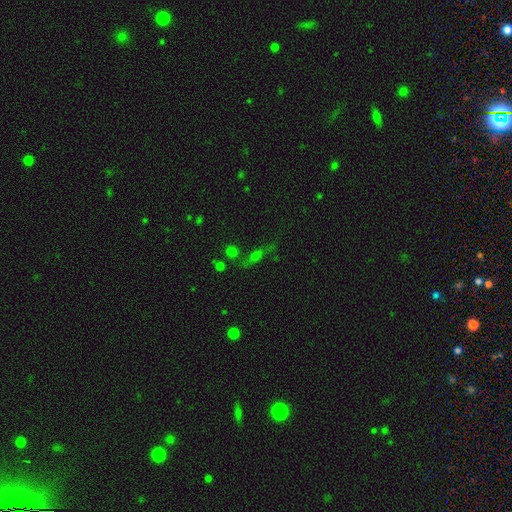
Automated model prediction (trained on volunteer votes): Smooth or featured? Predicted: smooth (p=0.38). Merging? Predicted: none (p=0.59).